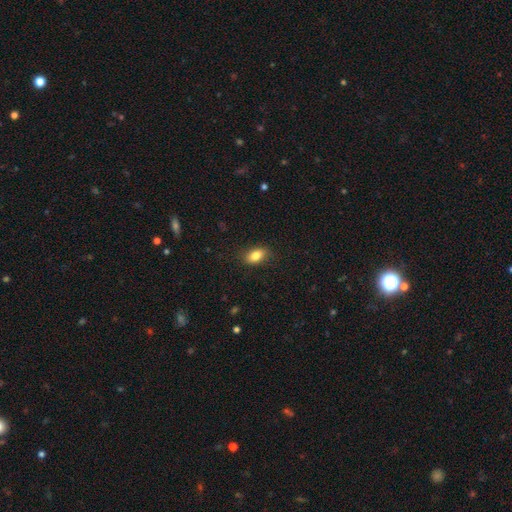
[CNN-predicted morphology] smooth_or_featured: smooth (p=0.82) [alt: featured or disk p=0.10]
how_rounded: in between (p=0.86) [alt: round p=0.11]
merging: none (p=0.86) [alt: minor disturbance p=0.11]